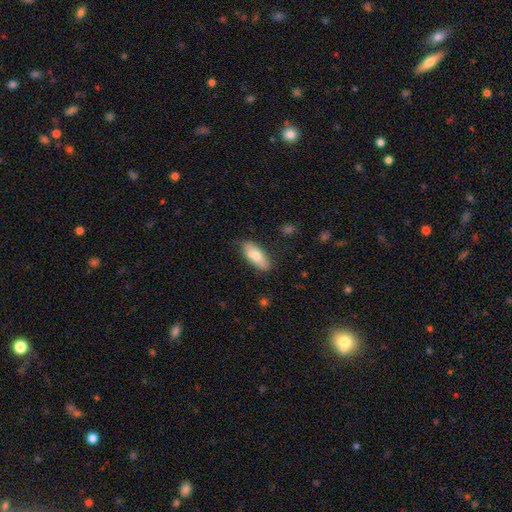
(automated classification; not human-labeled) Q: Smooth or featured?
A: smooth (70%); runner-up: featured or disk (23%)
Q: How rounded?
A: in between (77%); runner-up: cigar-shaped (20%)
Q: Merging?
A: none (77%); runner-up: minor disturbance (16%)